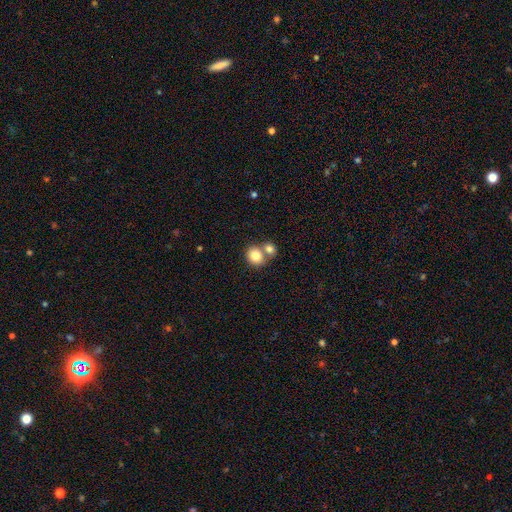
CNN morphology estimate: smooth_or_featured: smooth (p=0.81) [alt: featured or disk p=0.10]
how_rounded: round (p=0.78) [alt: in between p=0.21]
merging: merger (p=0.48) [alt: none p=0.43]